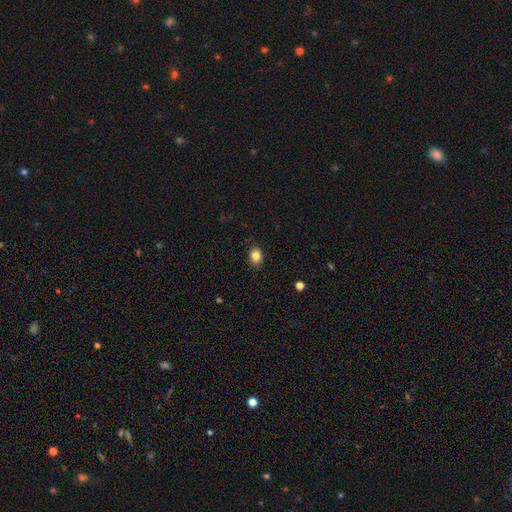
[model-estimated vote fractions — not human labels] smooth-or-featured: smooth: 85% | star or artifact: 10% | featured or disk: 5%
  how-rounded: in between: 68% | round: 31% | cigar-shaped: 1%
  merging: none: 86% | minor disturbance: 11% | major disturbance: 2% | merger: 1%